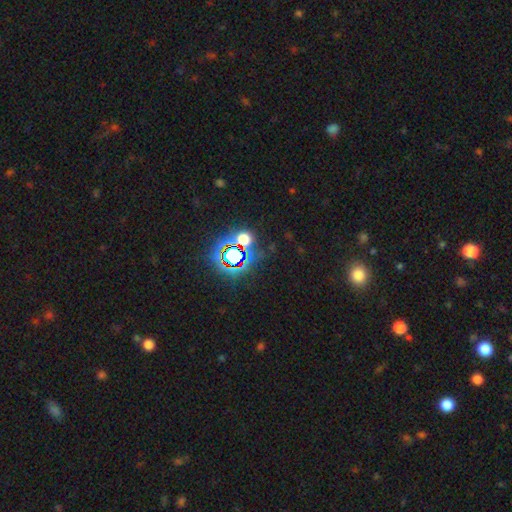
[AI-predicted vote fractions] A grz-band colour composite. It shows a star or artifact, not a galaxy (76%).